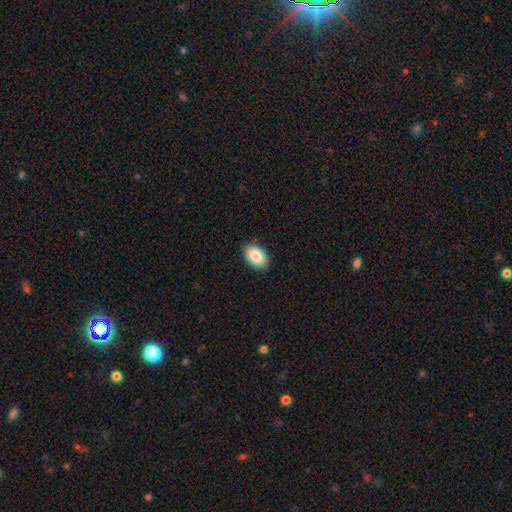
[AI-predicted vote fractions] smooth 86%, featured or disk 7%, star or artifact 7%. Down the decision tree: how rounded — in between (90%); merging — none (88%).